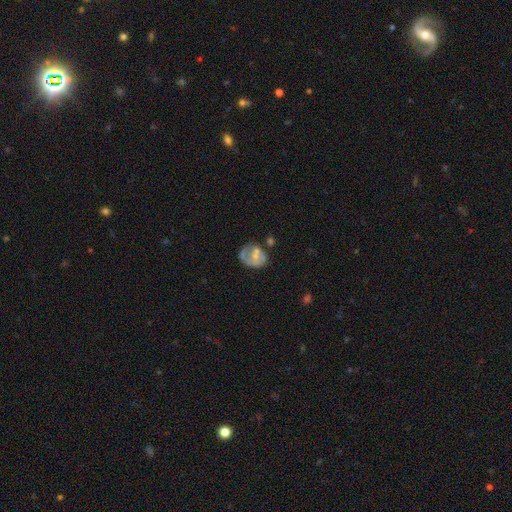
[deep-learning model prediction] Morphology: type=featured or disk (53%); edge-on=no (98%); bar=no (78%); spiral arms=no (63%); bulge=small (48%); merging=none (37%).